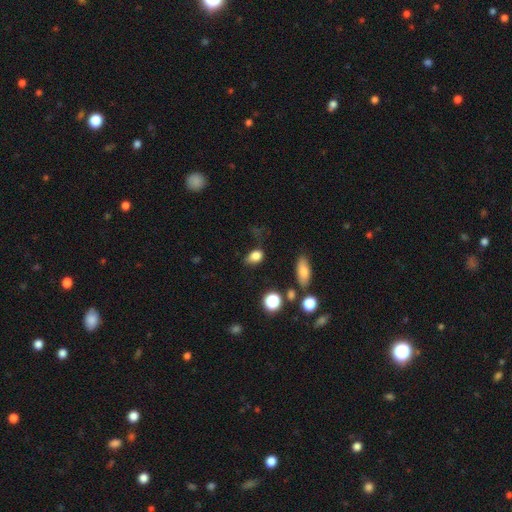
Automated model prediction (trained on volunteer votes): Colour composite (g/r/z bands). It shows a smooth galaxy with no disk features (81%) that is in between round and cigar-shaped (78%). Merging: none (60%).